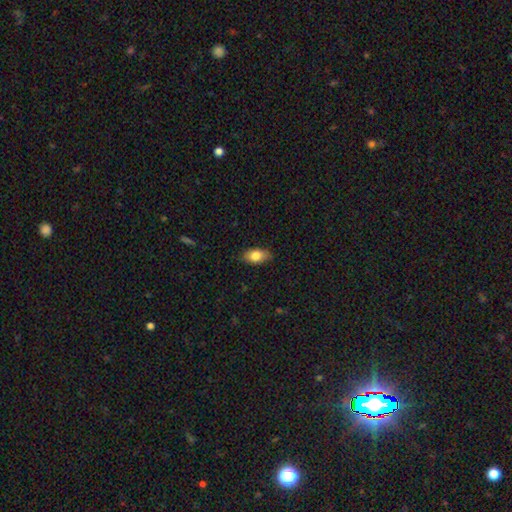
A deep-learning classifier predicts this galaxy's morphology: Overall: smooth (81%). How rounded: in between (89%). Merging: none (83%).